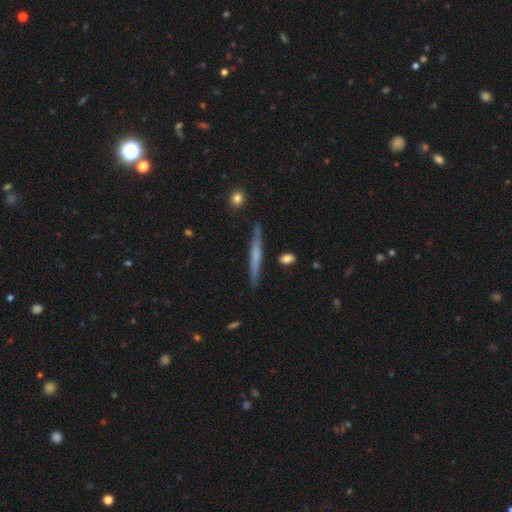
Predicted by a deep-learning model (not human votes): smooth-or-featured: featured or disk: 51% | smooth: 43% | star or artifact: 6%
  disk-edge-on: yes: 96% | no: 4%
  merging: none: 87% | minor disturbance: 9% | merger: 2% | major disturbance: 2%